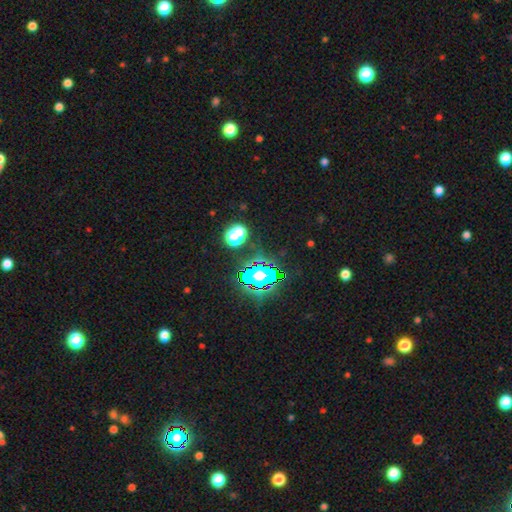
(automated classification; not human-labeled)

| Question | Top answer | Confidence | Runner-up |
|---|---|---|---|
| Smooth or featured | star or artifact | 81% | smooth (11%) |